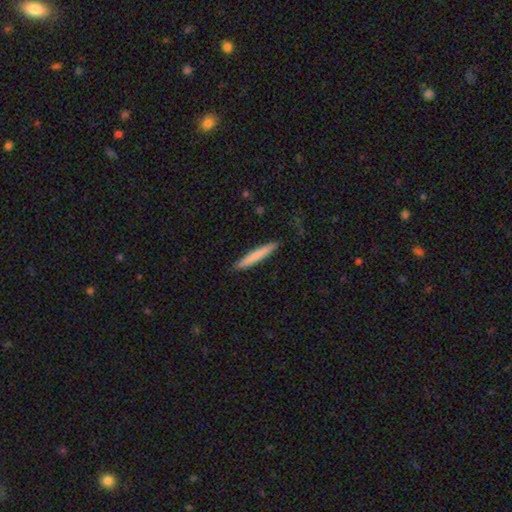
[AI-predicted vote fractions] Smooth or featured: smooth — 75% (featured or disk — 20%)
How rounded: cigar-shaped — 96% (in between — 3%)
Merging: none — 90% (minor disturbance — 7%)